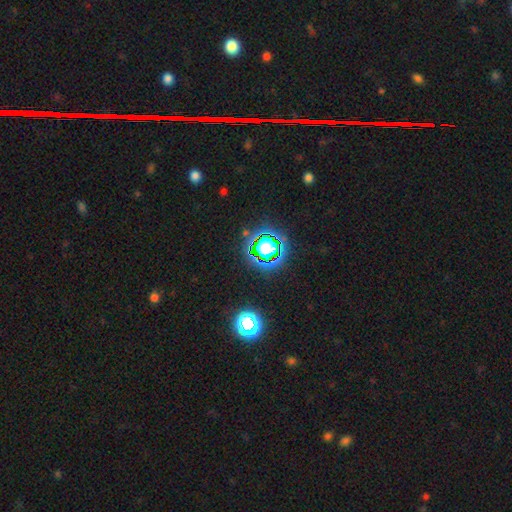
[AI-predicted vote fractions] Smooth or featured: star or artifact — 81% (smooth — 12%)